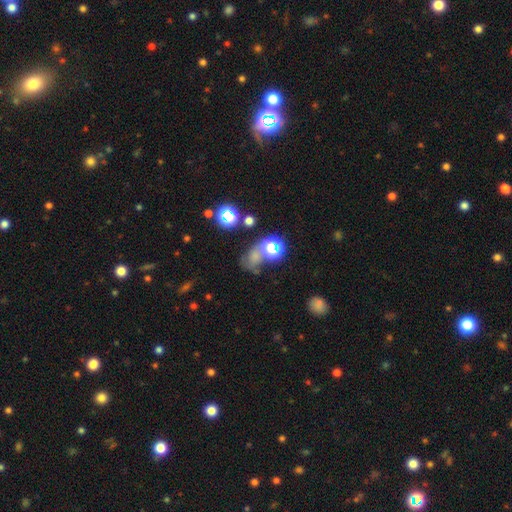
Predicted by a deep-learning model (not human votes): This appears to be a smooth galaxy with no disk features (51%) that is round (51%). Merging: none (40%).